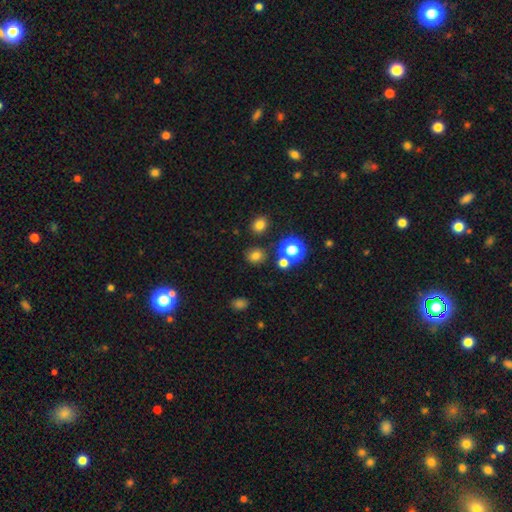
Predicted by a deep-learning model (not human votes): This appears to be a smooth galaxy with no disk features (73%) that is round (75%). Merging: none (79%).